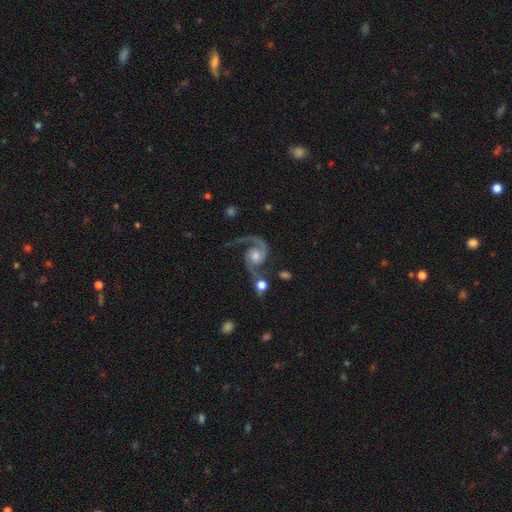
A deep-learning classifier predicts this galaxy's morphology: This appears to be a featured or disk galaxy (92%) with no bar (70%), 2 (88%) medium (58%) spiral arms (98%) and a moderate central bulge (57%). Merging: none (57%).